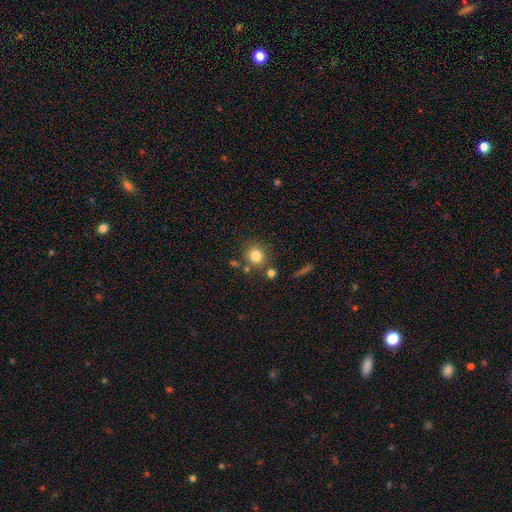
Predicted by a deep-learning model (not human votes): Smooth or featured: smooth — 82% (star or artifact — 11%)
How rounded: round — 88% (in between — 11%)
Merging: none — 74% (merger — 11%)